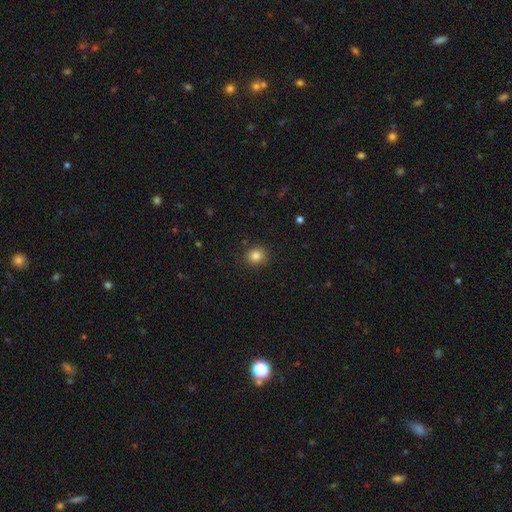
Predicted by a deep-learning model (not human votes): smooth-or-featured: smooth: 83% | star or artifact: 11% | featured or disk: 6%
  how-rounded: round: 85% | in between: 15% | cigar-shaped: 1%
  merging: none: 89% | minor disturbance: 7% | major disturbance: 2% | merger: 1%